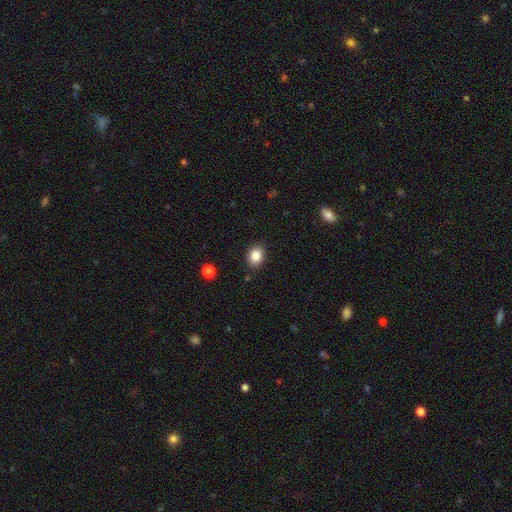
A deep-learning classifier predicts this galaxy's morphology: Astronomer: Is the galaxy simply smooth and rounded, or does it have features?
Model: smooth — 85%.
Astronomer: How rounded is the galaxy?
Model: in between — 59% (runner-up: round, 40%).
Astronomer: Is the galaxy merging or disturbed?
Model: none — 86%.